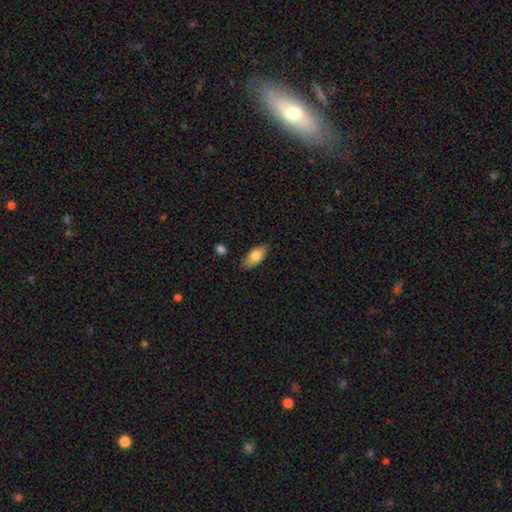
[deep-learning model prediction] Smooth or featured: smooth — 79% (featured or disk — 14%)
How rounded: in between — 88% (cigar-shaped — 9%)
Merging: none — 79% (minor disturbance — 16%)